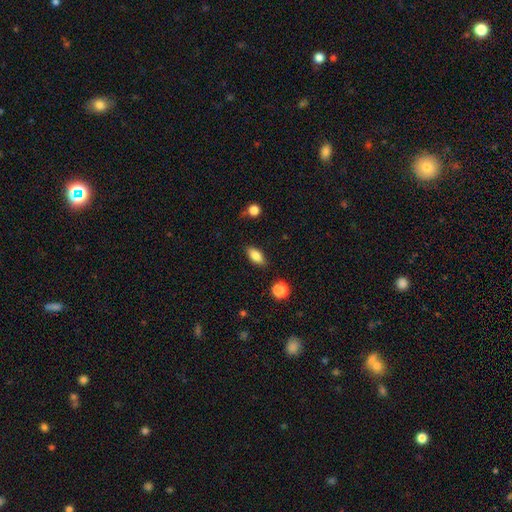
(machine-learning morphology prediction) The model was most divided on "merging": none: 83%, minor disturbance: 12%, major disturbance: 3%, merger: 2%. More confident: how rounded — in between (86%); smooth or featured — smooth (83%).